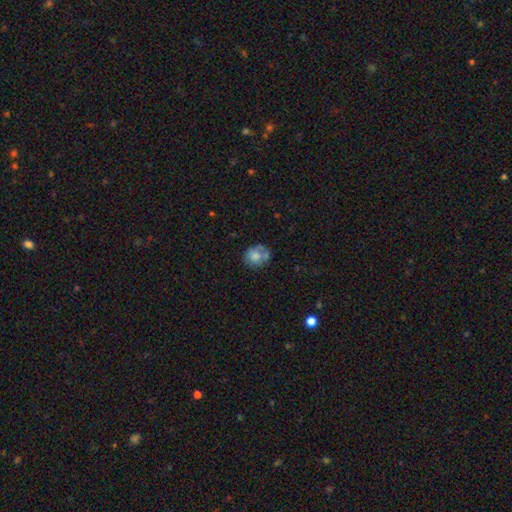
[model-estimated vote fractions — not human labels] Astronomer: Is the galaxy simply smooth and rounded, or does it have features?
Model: smooth — 66%.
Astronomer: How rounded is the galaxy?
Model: round — 68%.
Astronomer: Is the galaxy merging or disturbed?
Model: none — 48% (runner-up: minor disturbance, 24%).